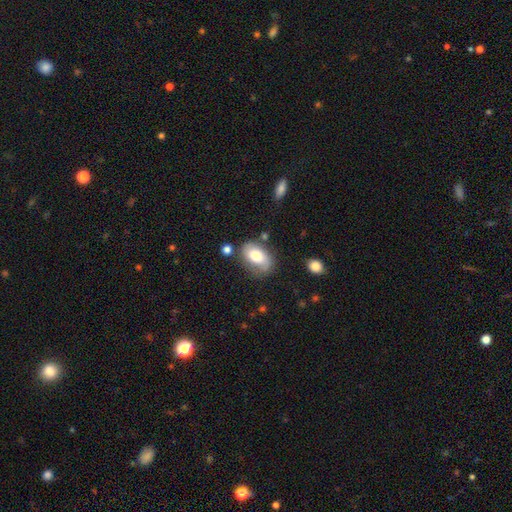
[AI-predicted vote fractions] A smooth galaxy with no disk features (70%) that is in between round and cigar-shaped (90%). Merging: none (60%).